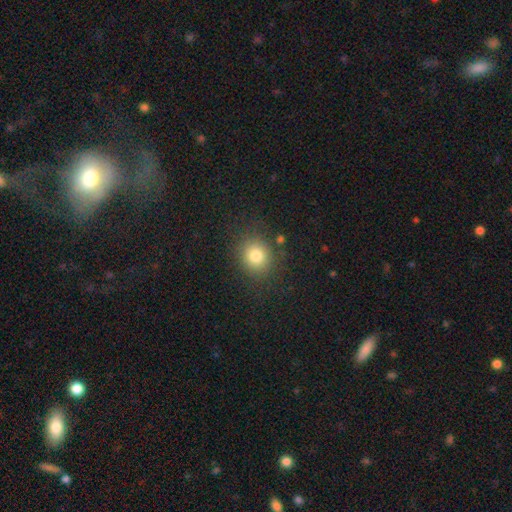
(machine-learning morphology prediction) The model was most divided on "how rounded": round: 77%, in between: 22%, cigar-shaped: 1%. More confident: merging — none (84%); smooth or featured — smooth (80%).